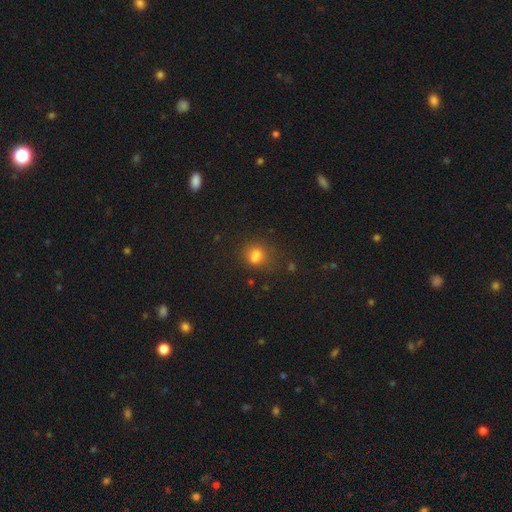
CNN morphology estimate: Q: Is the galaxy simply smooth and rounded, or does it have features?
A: smooth — 69%.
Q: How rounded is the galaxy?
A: round — 59%.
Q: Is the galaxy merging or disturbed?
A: none — 45%.